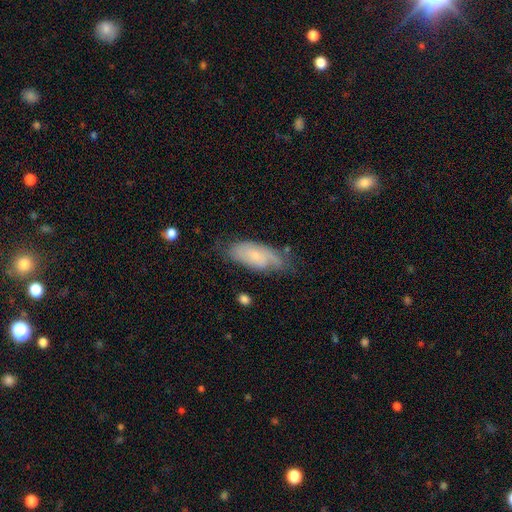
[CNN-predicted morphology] This appears to be a featured or disk galaxy (49%). Merging: none (60%).